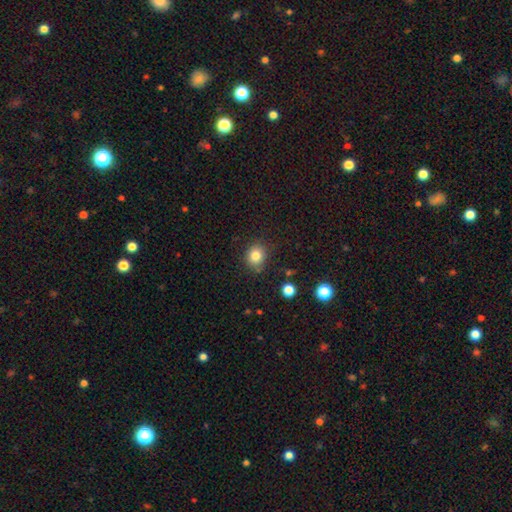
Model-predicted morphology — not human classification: This appears to be a smooth galaxy with no disk features (82%) that is round (73%). Merging: none (83%).